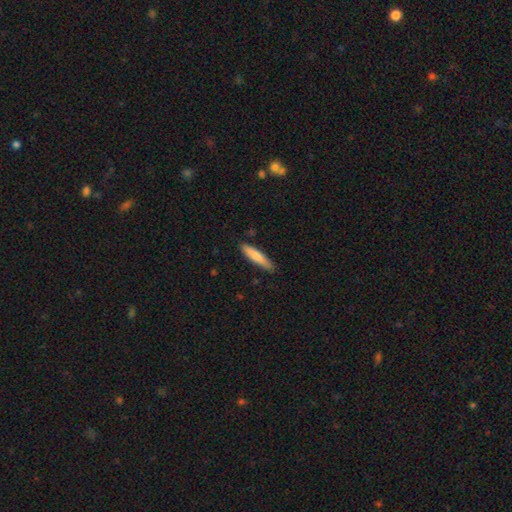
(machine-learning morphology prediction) type=smooth (78%); roundness=cigar-shaped (86%); merging=none (86%).